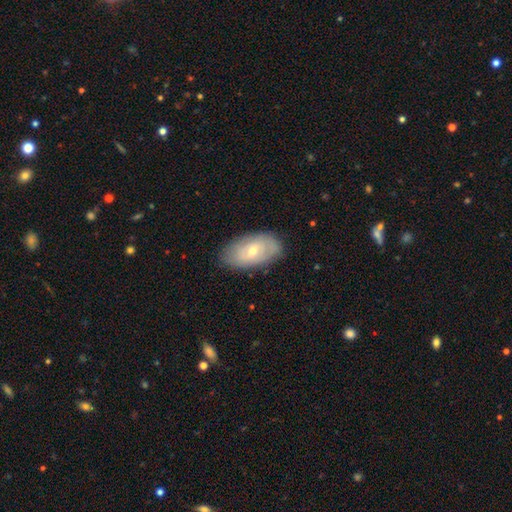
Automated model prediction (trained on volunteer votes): Smooth or featured?
  - featured or disk: 47% *
  - smooth: 45%
  - star or artifact: 7%
Merging?
  - none: 82% *
  - minor disturbance: 14%
  - major disturbance: 3%
  - merger: 1%